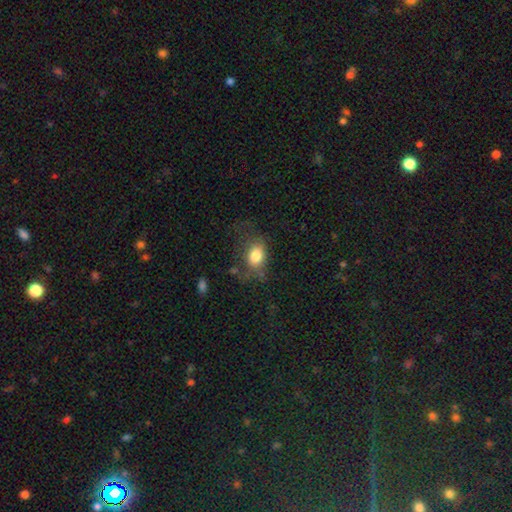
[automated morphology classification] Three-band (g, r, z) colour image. It shows a smooth galaxy with no disk features (79%) that is in between round and cigar-shaped (68%). Merging: none (49%).